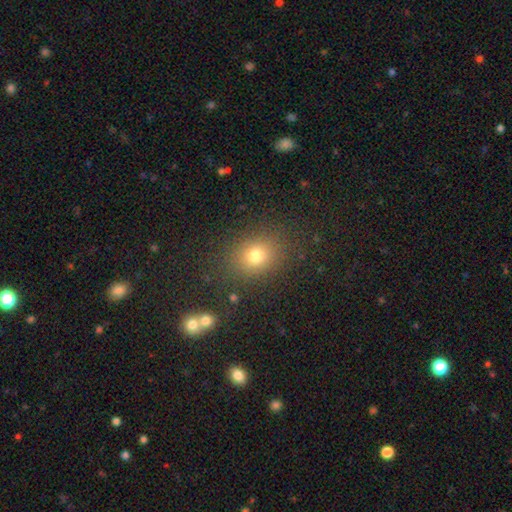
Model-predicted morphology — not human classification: A smooth galaxy with no disk features (75%) that is round (58%). Merging: none (83%).